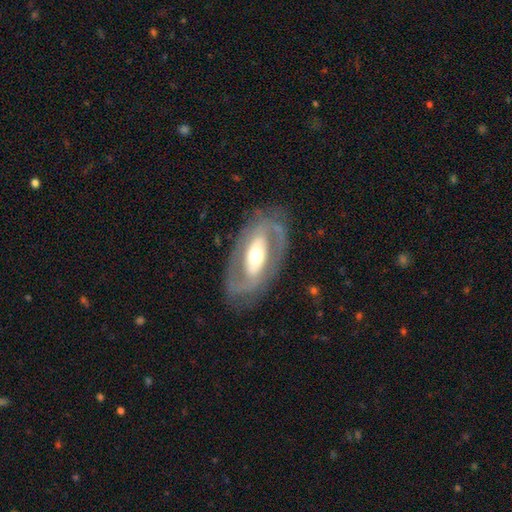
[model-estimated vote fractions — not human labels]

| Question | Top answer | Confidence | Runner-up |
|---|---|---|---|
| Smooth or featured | featured or disk | 77% | smooth (18%) |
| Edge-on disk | no | 92% | yes (8%) |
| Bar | no | 43% | strong (30%) |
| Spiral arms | yes | 60% | no (40%) |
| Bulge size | moderate | 64% | large (18%) |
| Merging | none | 78% | minor disturbance (13%) |